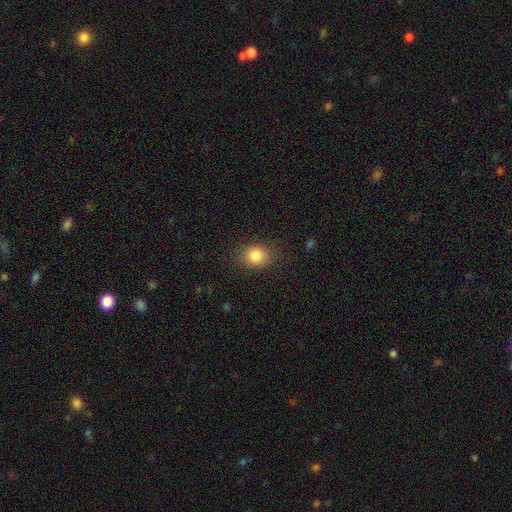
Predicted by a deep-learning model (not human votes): Smooth or featured: smooth — 84% (star or artifact — 10%)
How rounded: round — 54% (in between — 45%)
Merging: none — 81% (minor disturbance — 14%)